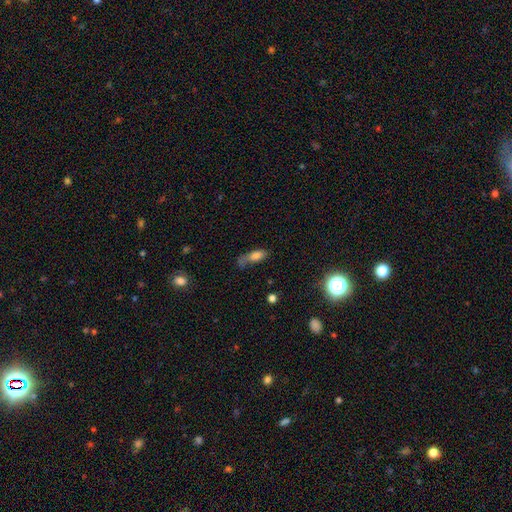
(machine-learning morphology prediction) This appears to be a smooth galaxy with no disk features (74%) that is in between round and cigar-shaped (71%). Merging: none (32%).